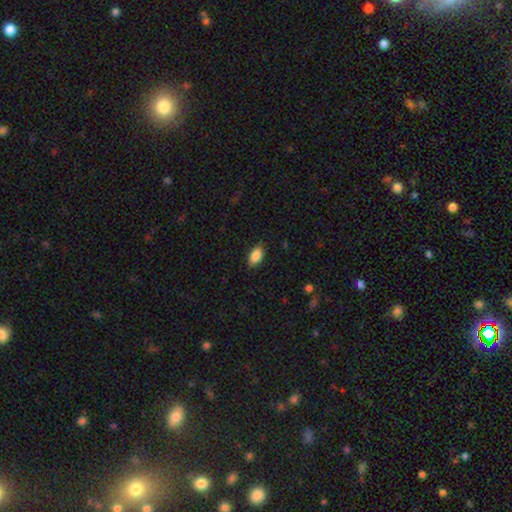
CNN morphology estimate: This appears to be a smooth galaxy with no disk features (86%) that is in between round and cigar-shaped (92%). Merging: none (85%).